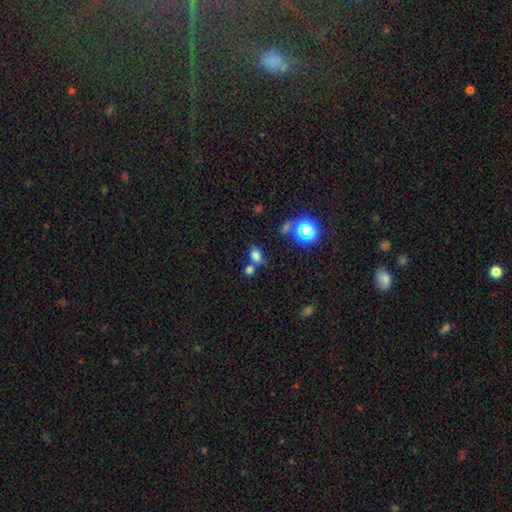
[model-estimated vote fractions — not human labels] smooth-or-featured: smooth: 74% | star or artifact: 18% | featured or disk: 8%
  how-rounded: in between: 72% | round: 26% | cigar-shaped: 2%
  merging: none: 51% | merger: 31% | minor disturbance: 12% | major disturbance: 6%